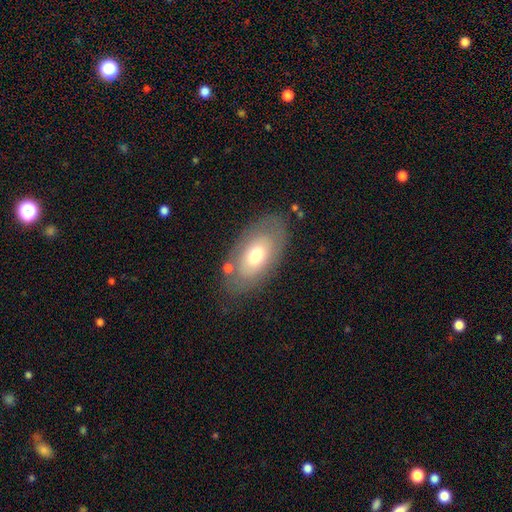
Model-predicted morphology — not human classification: Smooth or featured: smooth — 58% (featured or disk — 35%)
How rounded: in between — 92% (round — 6%)
Merging: none — 76% (minor disturbance — 15%)